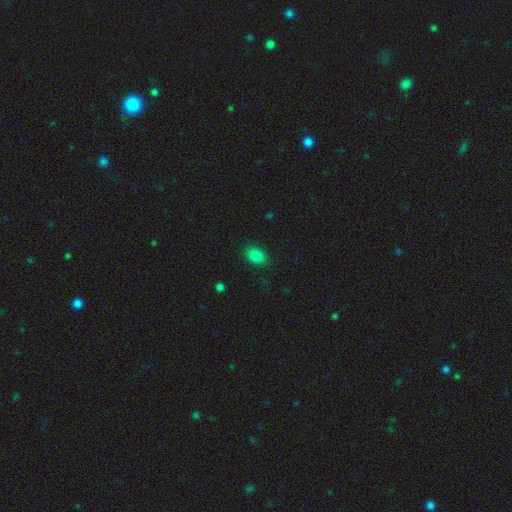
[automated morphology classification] The model was most divided on "how rounded": in between: 72%, round: 27%, cigar-shaped: 1%. More confident: merging — none (88%); smooth or featured — smooth (84%).